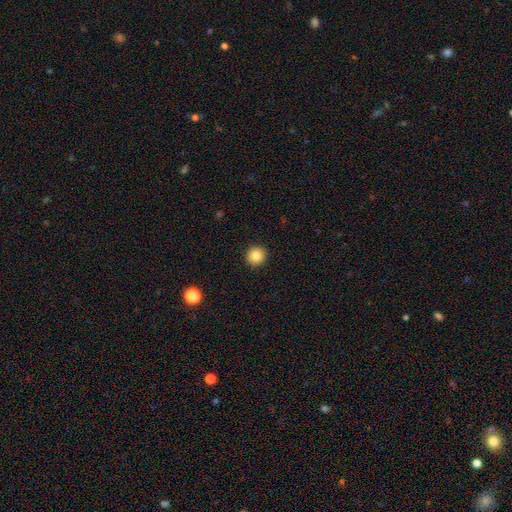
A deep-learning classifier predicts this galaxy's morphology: This is clearly a smooth galaxy (84%). How rounded: clearly round (93%). Merging: clearly none (93%).